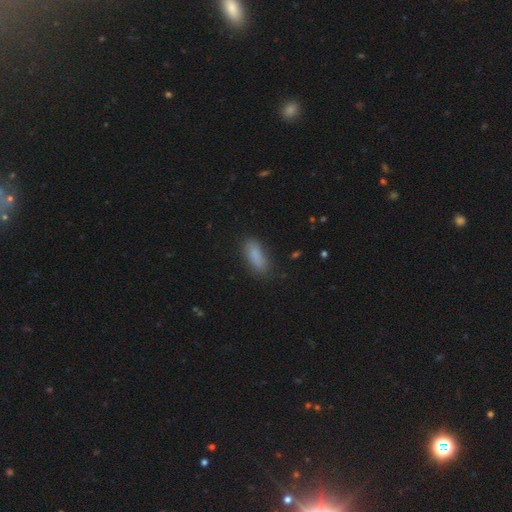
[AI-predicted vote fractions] Smooth or featured? smooth (86%)
How rounded? in between (76%)
Merging? none (78%)